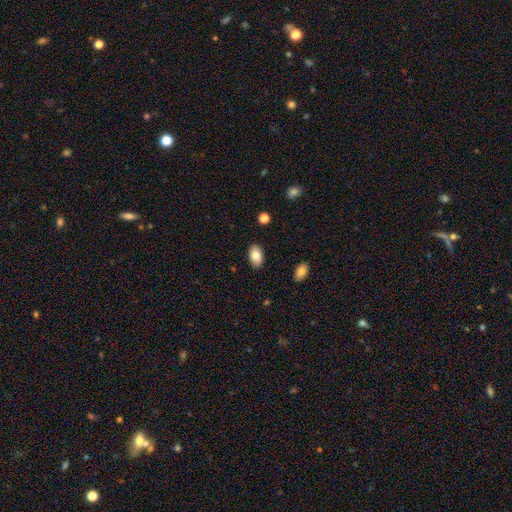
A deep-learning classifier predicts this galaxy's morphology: This appears to be a smooth galaxy with no disk features (82%) that is in between round and cigar-shaped (92%). Merging: none (88%).